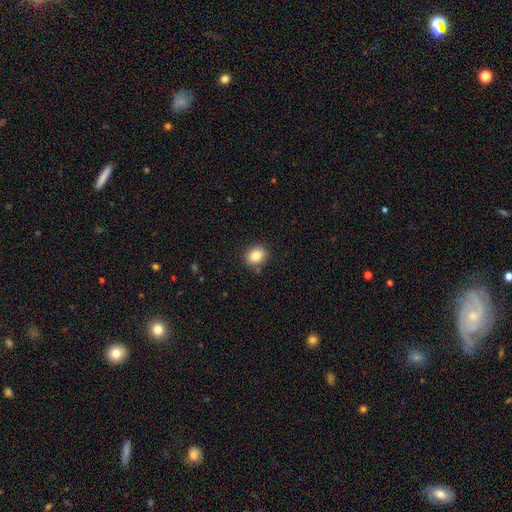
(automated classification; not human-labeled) smooth 83%, star or artifact 10%, featured or disk 7%. Down the decision tree: how rounded — round (58%); merging — none (85%).